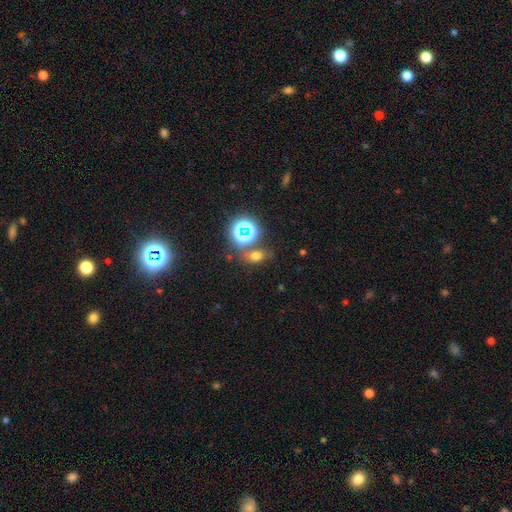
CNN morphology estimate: Smooth or featured? Predicted: smooth (p=0.57). How rounded? Predicted: in between (p=0.63). Merging? Predicted: none (p=0.66).